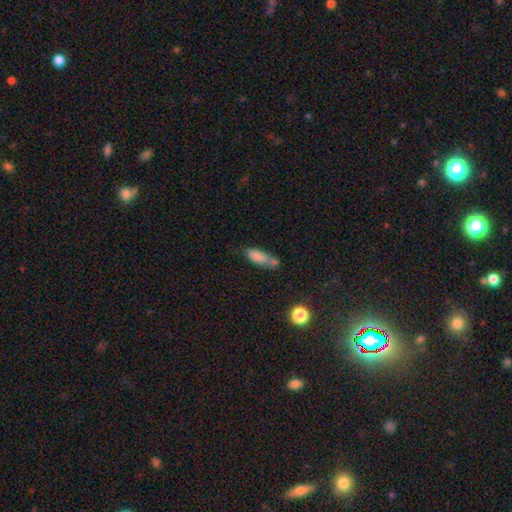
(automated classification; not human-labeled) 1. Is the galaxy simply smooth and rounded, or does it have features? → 78% smooth, 13% featured or disk, 10% star or artifact.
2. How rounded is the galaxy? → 60% in between, 37% cigar-shaped, 3% round.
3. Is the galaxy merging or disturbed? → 38% none, 27% minor disturbance, 23% merger, 11% major disturbance.